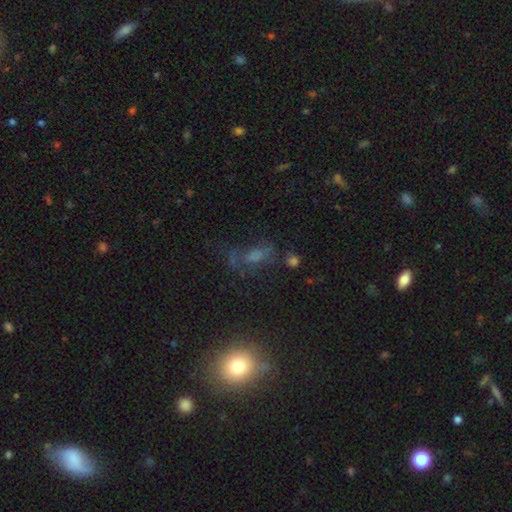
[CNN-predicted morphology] type=smooth (45%); merging=none (42%).